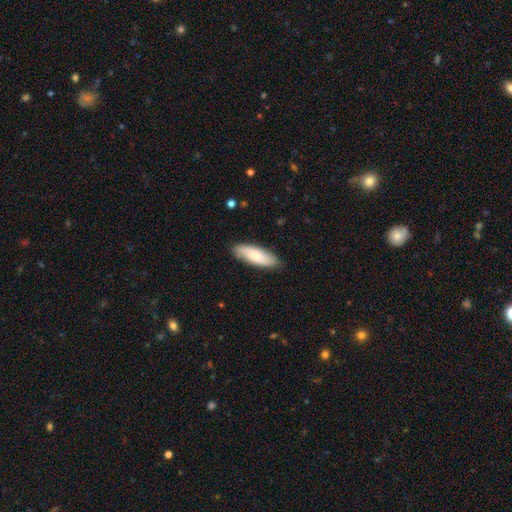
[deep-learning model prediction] Smooth or featured: smooth — 72% (featured or disk — 23%)
How rounded: in between — 64% (cigar-shaped — 34%)
Merging: none — 84% (minor disturbance — 13%)